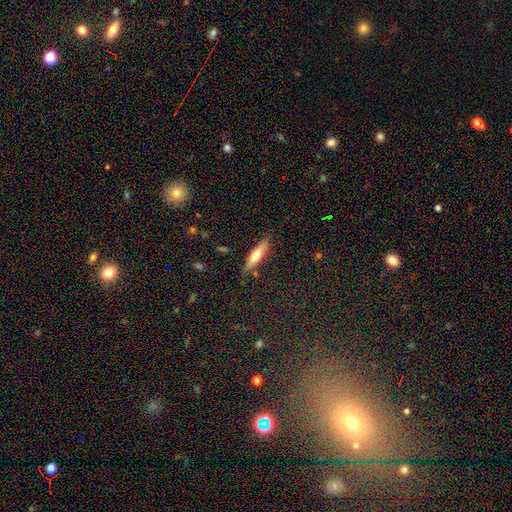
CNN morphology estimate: Q: Smooth or featured?
A: smooth (54%); runner-up: featured or disk (39%)
Q: How rounded?
A: cigar-shaped (72%); runner-up: in between (26%)
Q: Merging?
A: none (83%); runner-up: minor disturbance (12%)